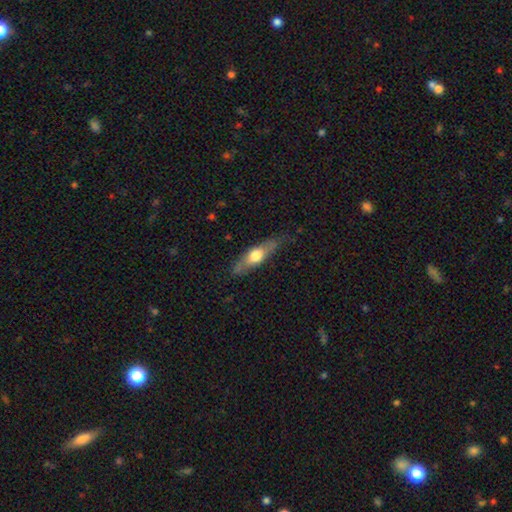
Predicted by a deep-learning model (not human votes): Smooth or featured?
  - smooth: 49% *
  - featured or disk: 45%
  - star or artifact: 6%
Merging?
  - none: 76% *
  - minor disturbance: 18%
  - major disturbance: 4%
  - merger: 1%